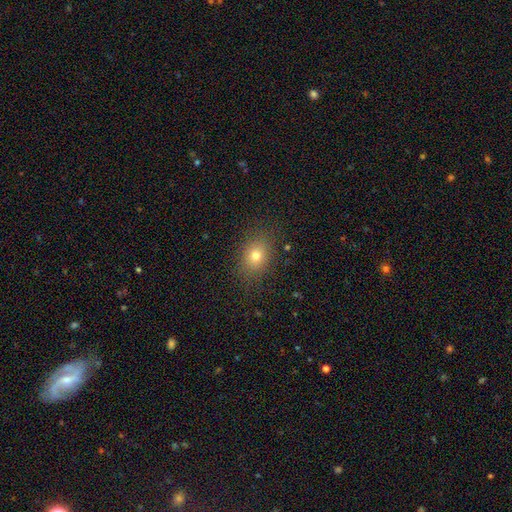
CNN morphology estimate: smooth-or-featured: smooth: 75% | star or artifact: 15% | featured or disk: 10%
  how-rounded: in between: 53% | round: 46% | cigar-shaped: 1%
  merging: none: 86% | minor disturbance: 10% | major disturbance: 4% | merger: 1%